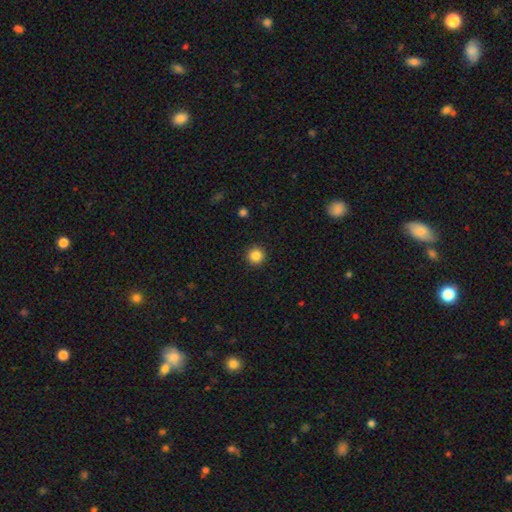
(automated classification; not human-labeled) smooth-or-featured: smooth: 85% | star or artifact: 11% | featured or disk: 4%
  how-rounded: round: 96% | in between: 3% | cigar-shaped: 1%
  merging: none: 93% | minor disturbance: 5% | major disturbance: 2% | merger: 1%